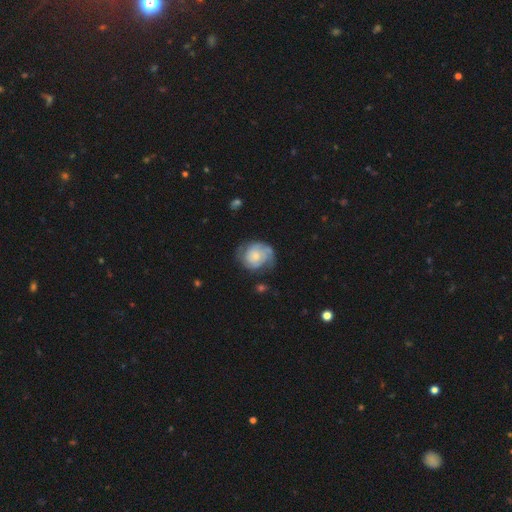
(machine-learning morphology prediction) A featured or disk galaxy (69%) with no bar (77%), 2 (42%) tight (57%) spiral arms (90%) and a small central bulge (55%). Merging: none (60%).